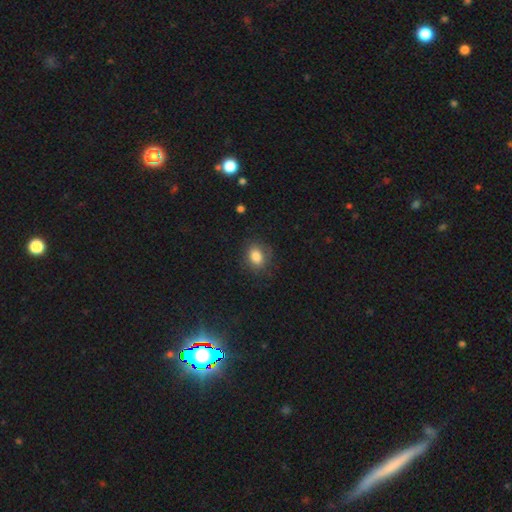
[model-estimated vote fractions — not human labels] smooth_or_featured: smooth (p=0.80) [alt: star or artifact p=0.10]
how_rounded: in between (p=0.58) [alt: round p=0.40]
merging: none (p=0.76) [alt: minor disturbance p=0.16]